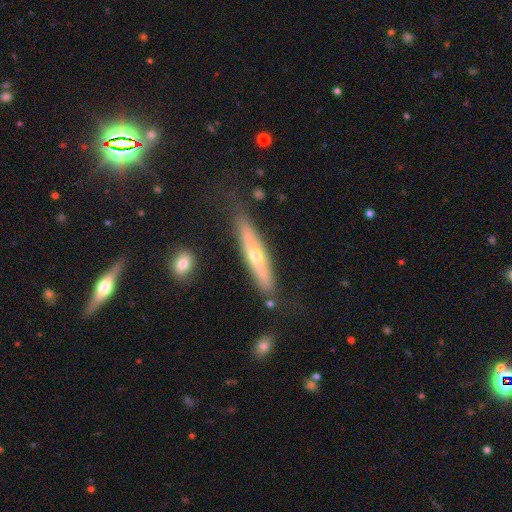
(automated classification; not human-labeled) Q: Smooth or featured?
A: featured or disk (60%); runner-up: smooth (33%)
Q: Edge-on disk?
A: yes (77%); runner-up: no (23%)
Q: Merging?
A: none (73%); runner-up: minor disturbance (18%)